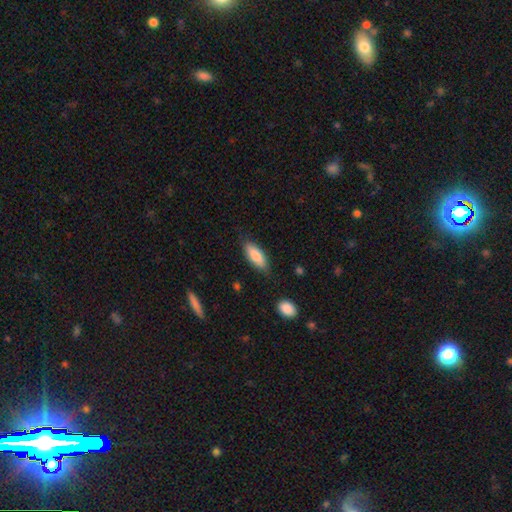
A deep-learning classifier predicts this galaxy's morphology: Smooth or featured? Predicted: smooth (p=0.82). How rounded? Predicted: in between (p=0.69). Merging? Predicted: none (p=0.80).